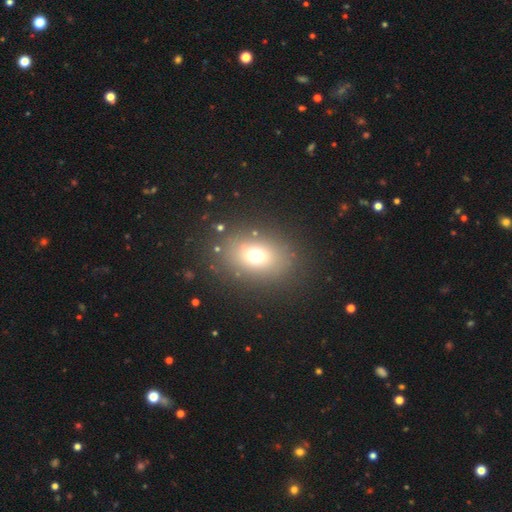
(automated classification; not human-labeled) A smooth galaxy with no disk features (68%) that is in between round and cigar-shaped (59%).

Vote fractions:
- Smooth or featured? smooth: 68% / star or artifact: 18% / featured or disk: 15%
- How rounded? in between: 59% / round: 40% / cigar-shaped: 1%
- Merging? none: 82% / minor disturbance: 9% / major disturbance: 6% / merger: 2%